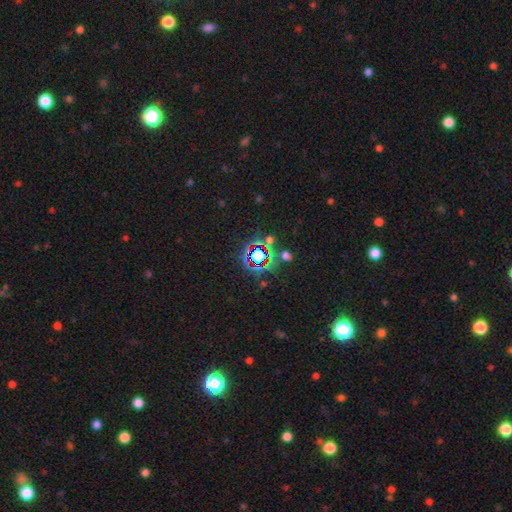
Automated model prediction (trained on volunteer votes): Smooth or featured?
  - star or artifact: 70% *
  - smooth: 19%
  - featured or disk: 11%